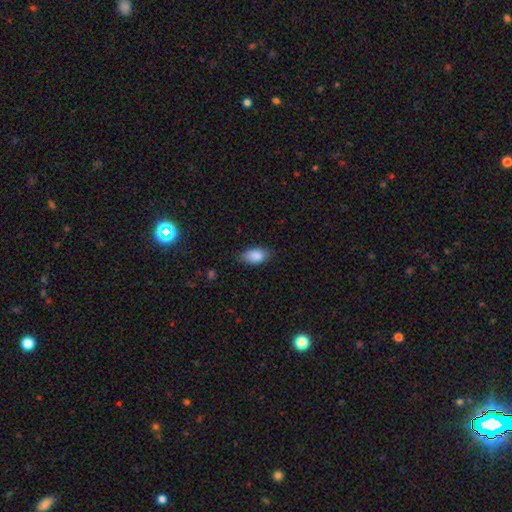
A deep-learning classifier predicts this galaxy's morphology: The model was most divided on "merging": none: 74%, minor disturbance: 21%, major disturbance: 4%, merger: 1%. More confident: how rounded — in between (91%); smooth or featured — smooth (88%).